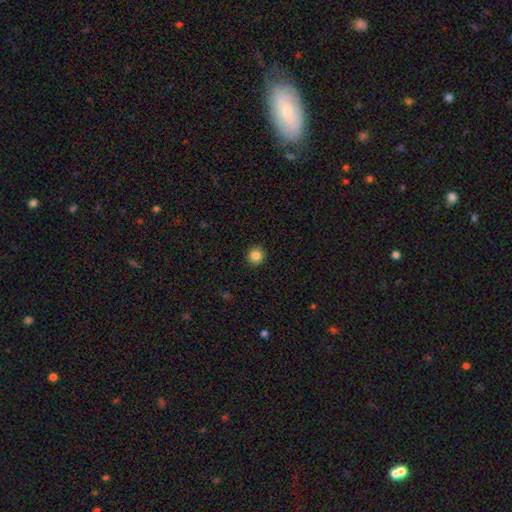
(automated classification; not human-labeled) Overall: smooth (85%). How rounded: round (94%). Merging: none (92%).